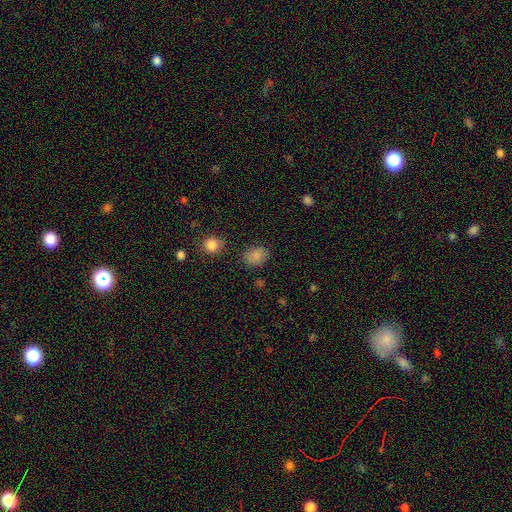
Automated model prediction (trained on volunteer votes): Smooth or featured: smooth — 84% (star or artifact — 11%)
How rounded: in between — 59% (round — 40%)
Merging: none — 80% (minor disturbance — 14%)